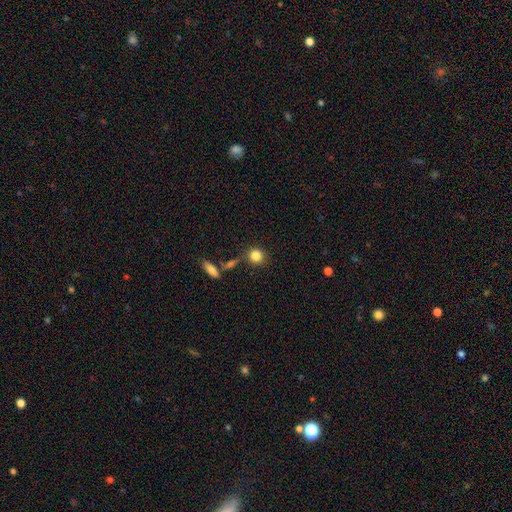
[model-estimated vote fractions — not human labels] A smooth galaxy with no disk features (83%) that is round (83%). Merging: none (75%).